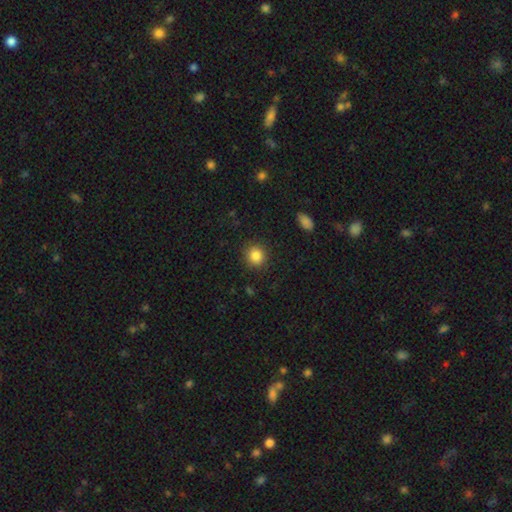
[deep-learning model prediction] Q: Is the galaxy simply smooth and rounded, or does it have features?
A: smooth — 85%.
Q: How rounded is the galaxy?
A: round — 87%.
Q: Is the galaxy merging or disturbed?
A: none — 90%.